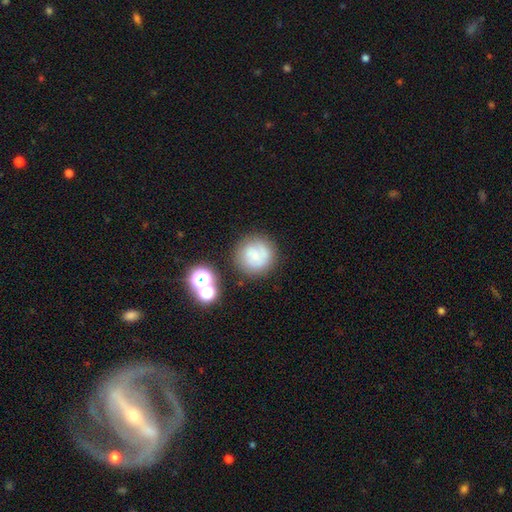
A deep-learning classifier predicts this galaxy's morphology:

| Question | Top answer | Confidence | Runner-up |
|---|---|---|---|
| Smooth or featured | smooth | 58% | featured or disk (30%) |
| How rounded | round | 93% | in between (6%) |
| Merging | none | 71% | minor disturbance (15%) |